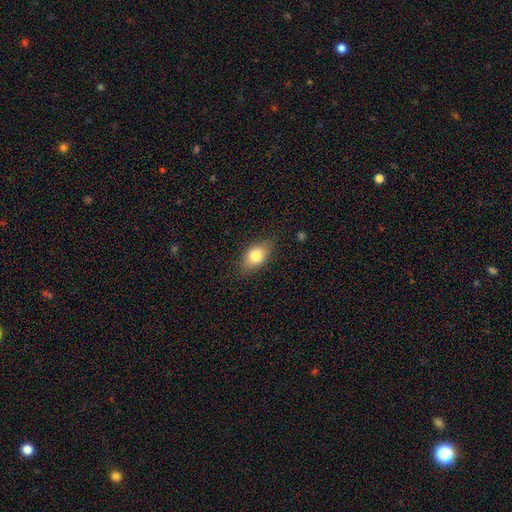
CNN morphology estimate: Q: Smooth or featured?
A: smooth (80%); runner-up: featured or disk (12%)
Q: How rounded?
A: in between (86%); runner-up: round (11%)
Q: Merging?
A: none (82%); runner-up: minor disturbance (14%)